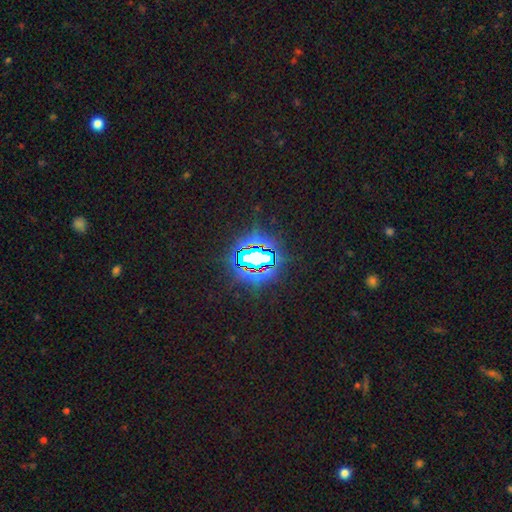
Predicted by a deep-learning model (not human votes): Smooth or featured: star or artifact — 77% (smooth — 13%)